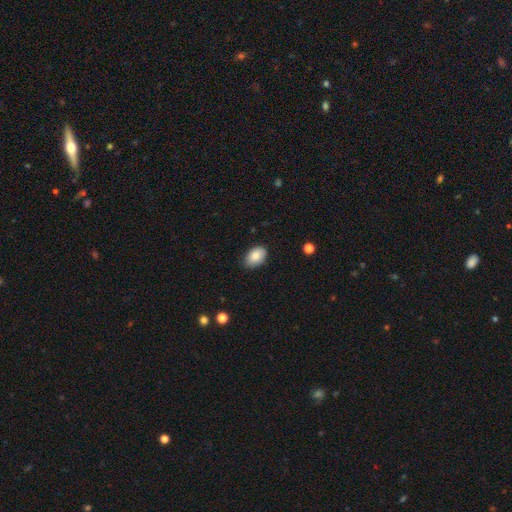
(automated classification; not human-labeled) Overall: smooth (86%). How rounded: in between (89%). Merging: none (82%).